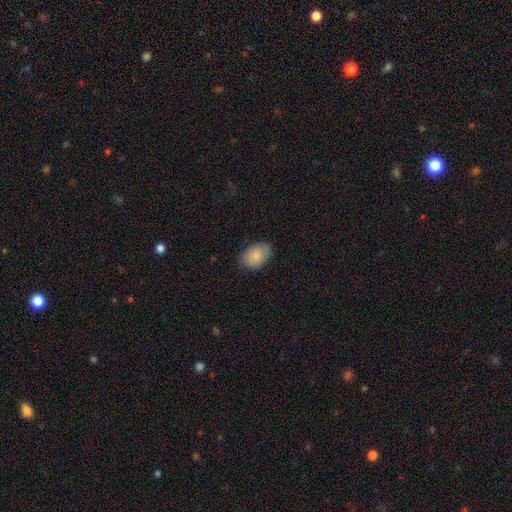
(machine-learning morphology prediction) Overall: smooth (84%). How rounded: in between (85%). Merging: none (77%).